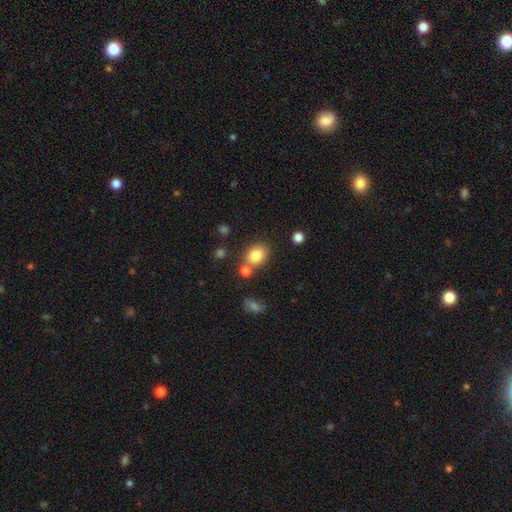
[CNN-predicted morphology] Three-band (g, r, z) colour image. It shows a smooth galaxy with no disk features (82%) that is in between round and cigar-shaped (57%). Merging: none (68%).